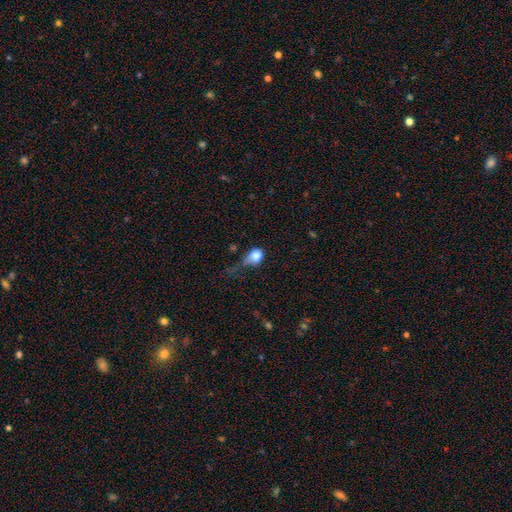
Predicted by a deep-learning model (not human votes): Smooth or featured? smooth (79%)
How rounded? in between (50%)
Merging? major disturbance (37%)